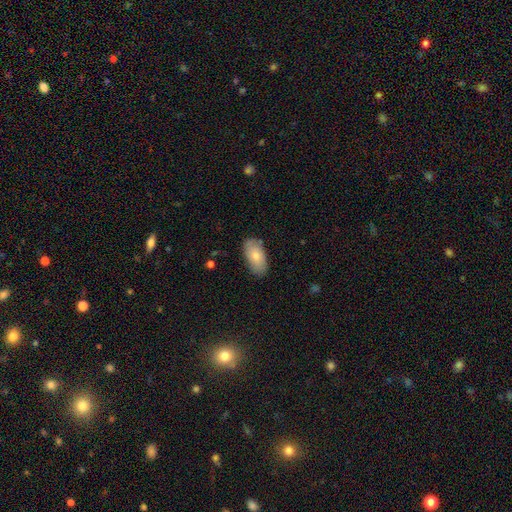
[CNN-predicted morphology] Q: Smooth or featured?
A: smooth (76%); runner-up: featured or disk (18%)
Q: How rounded?
A: in between (94%); runner-up: cigar-shaped (3%)
Q: Merging?
A: none (80%); runner-up: minor disturbance (16%)